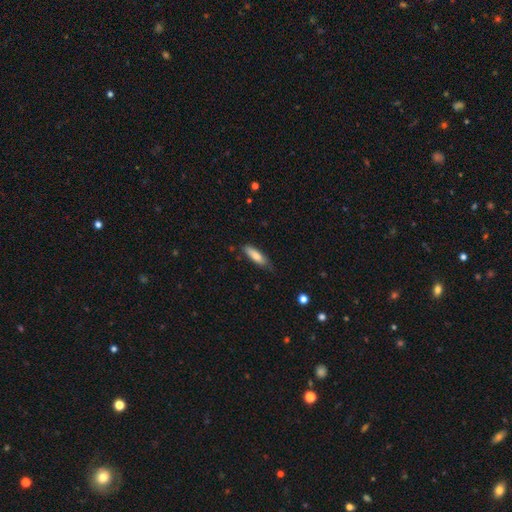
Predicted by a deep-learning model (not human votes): Overall: smooth (77%). How rounded: cigar-shaped (56%; in between 42%). Merging: none (76%).